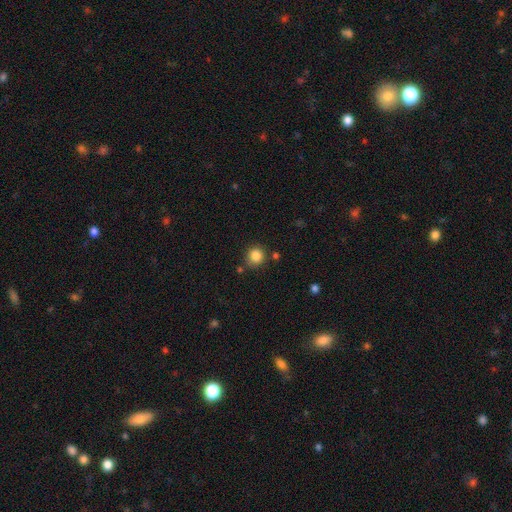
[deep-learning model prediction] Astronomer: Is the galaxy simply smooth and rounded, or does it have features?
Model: smooth — 85%.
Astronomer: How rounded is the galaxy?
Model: round — 89%.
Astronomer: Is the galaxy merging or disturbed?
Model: none — 80%.